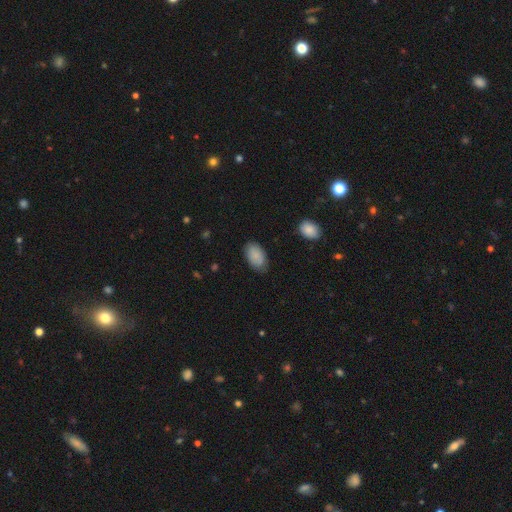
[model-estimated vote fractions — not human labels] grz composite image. It shows a smooth galaxy with no disk features (87%) that is in between round and cigar-shaped (93%). Merging: none (80%).